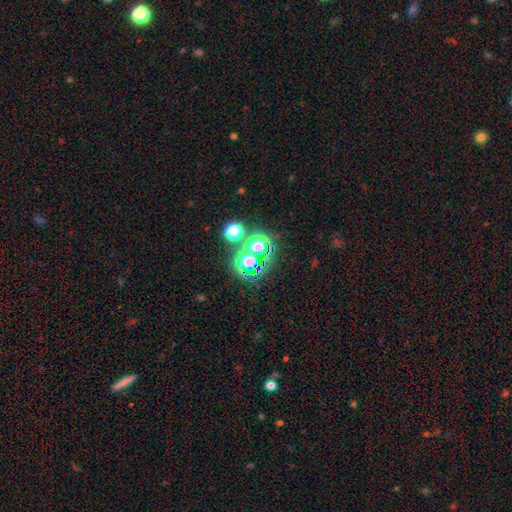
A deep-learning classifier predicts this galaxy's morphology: This appears to be a star or artifact, not a galaxy (59%).